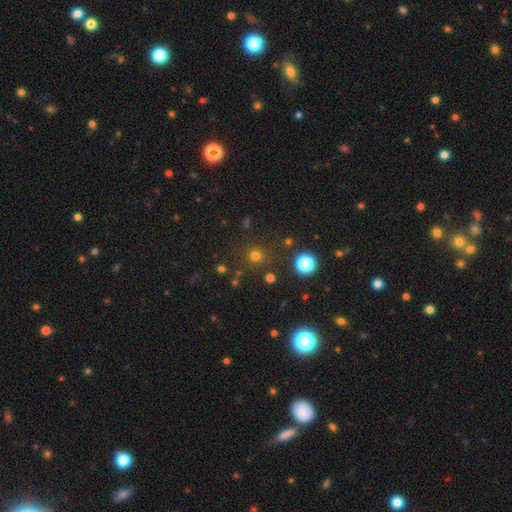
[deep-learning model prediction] Q: Smooth or featured?
A: smooth (72%); runner-up: star or artifact (22%)
Q: How rounded?
A: round (94%); runner-up: in between (5%)
Q: Merging?
A: none (86%); runner-up: minor disturbance (7%)